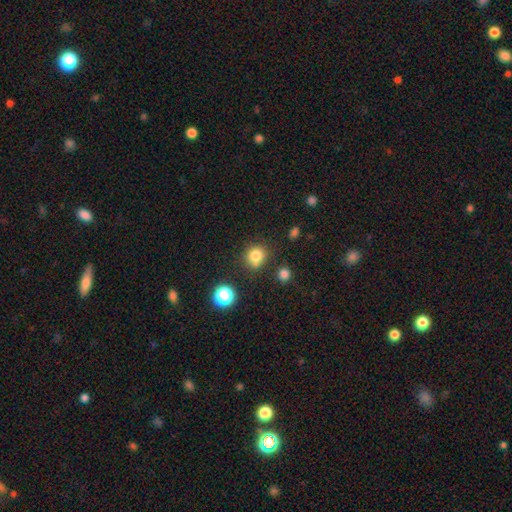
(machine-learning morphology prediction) The model was most divided on "merging": none: 69%, minor disturbance: 16%, merger: 10%, major disturbance: 5%. More confident: how rounded — round (81%); smooth or featured — smooth (80%).